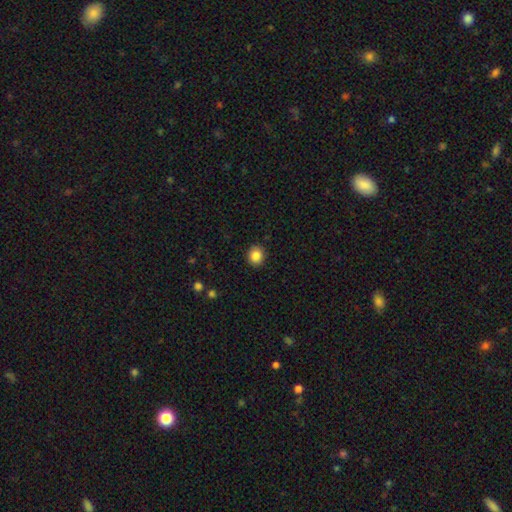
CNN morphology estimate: This appears to be a smooth galaxy with no disk features (86%) that is round (79%). Merging: none (91%).